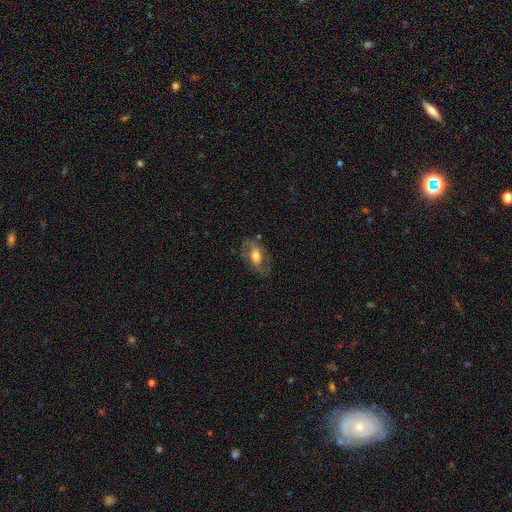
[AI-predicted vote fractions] smooth-or-featured: featured or disk: 61% | smooth: 32% | star or artifact: 7%
  disk-edge-on: no: 92% | yes: 8%
    bar: no: 41% | weak: 35% | strong: 24%
    has-spiral-arms: yes: 69% | no: 31%
    bulge-size: moderate: 59% | large: 22% | small: 15% | dominant: 2% | none: 2%
  merging: none: 69% | minor disturbance: 17% | major disturbance: 11% | merger: 2%